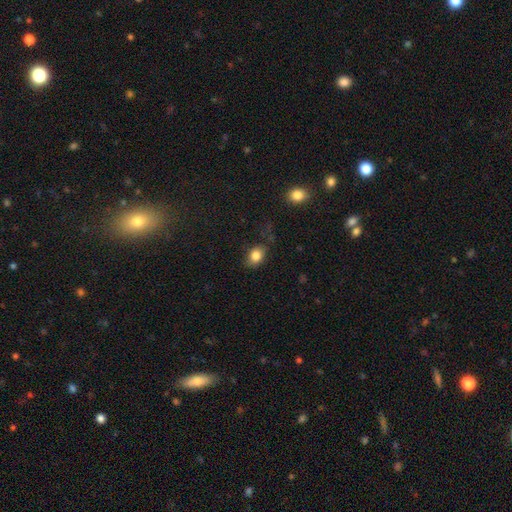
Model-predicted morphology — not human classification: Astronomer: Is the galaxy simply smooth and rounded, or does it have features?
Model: smooth — 83%.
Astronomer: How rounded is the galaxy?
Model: in between — 71%.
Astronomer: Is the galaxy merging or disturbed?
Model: none — 73%.